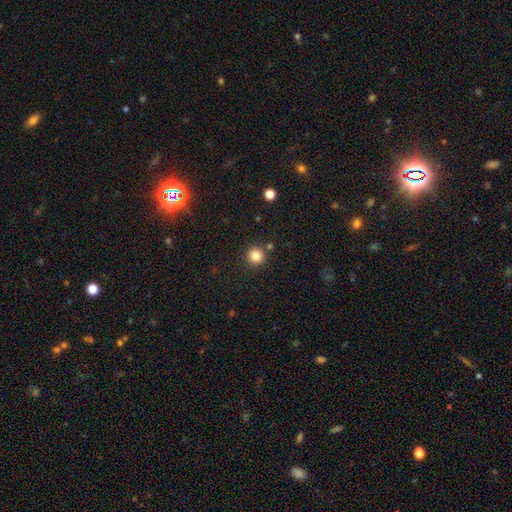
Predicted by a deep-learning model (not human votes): smooth-or-featured: smooth: 83% | star or artifact: 12% | featured or disk: 5%
  how-rounded: round: 95% | in between: 4% | cigar-shaped: 1%
  merging: none: 88% | minor disturbance: 6% | merger: 4% | major disturbance: 2%